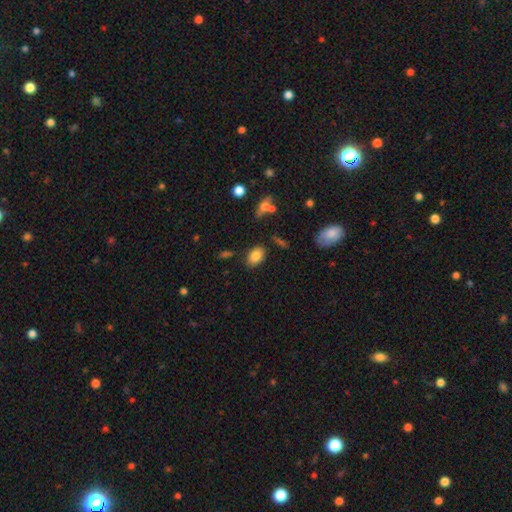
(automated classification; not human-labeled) Morphology: type=smooth (82%); roundness=in between (84%); merging=none (82%).